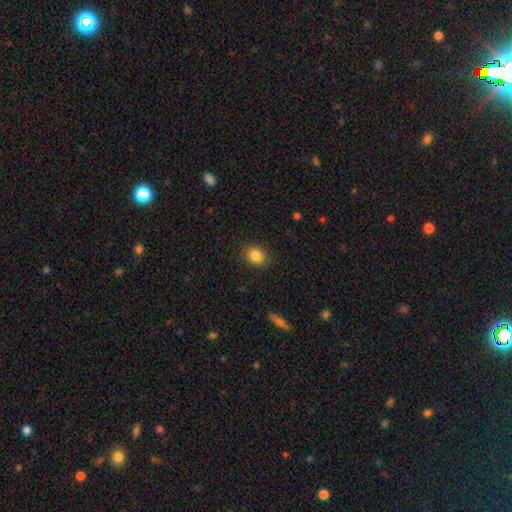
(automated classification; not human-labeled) smooth 85%, star or artifact 9%, featured or disk 6%. Down the decision tree: how rounded — round (57%); merging — none (87%).